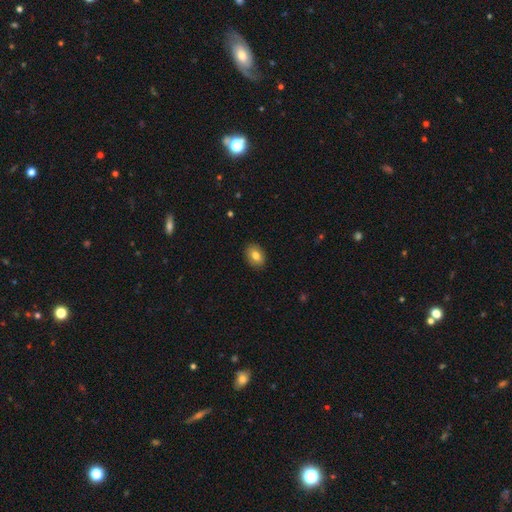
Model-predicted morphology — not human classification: This is likely a smooth galaxy (80%). How rounded: likely in between (75%). Merging: clearly none (89%).